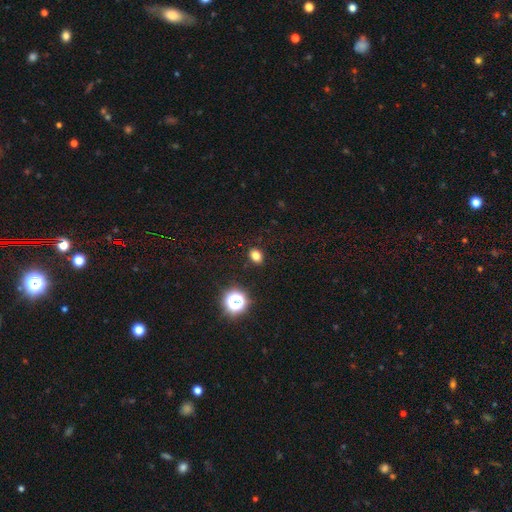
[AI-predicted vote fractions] Overall: smooth (77%). How rounded: in between (66%; round 33%). Merging: none (89%).